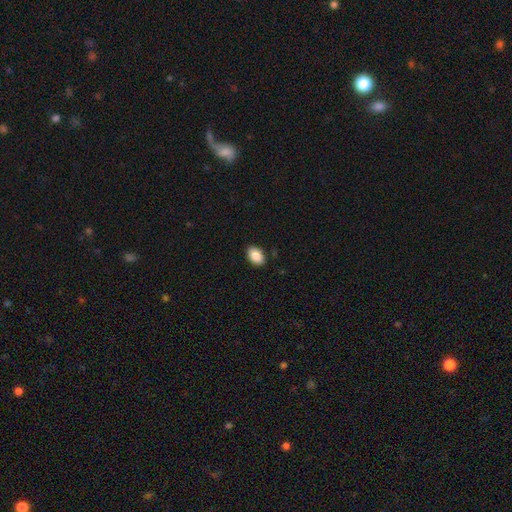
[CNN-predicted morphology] smooth_or_featured: smooth (p=0.89) [alt: star or artifact p=0.07]
how_rounded: in between (p=0.90) [alt: round p=0.09]
merging: none (p=0.89) [alt: minor disturbance p=0.08]